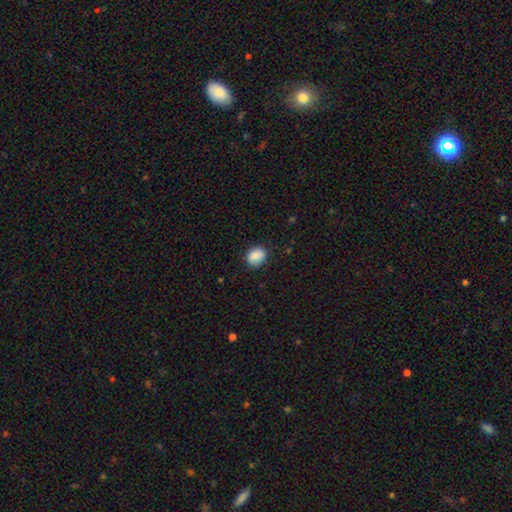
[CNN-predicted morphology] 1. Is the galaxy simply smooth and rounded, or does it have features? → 88% smooth, 8% star or artifact, 4% featured or disk.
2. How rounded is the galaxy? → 55% round, 45% in between, 1% cigar-shaped.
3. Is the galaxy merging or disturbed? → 82% none, 14% minor disturbance, 3% major disturbance, 1% merger.